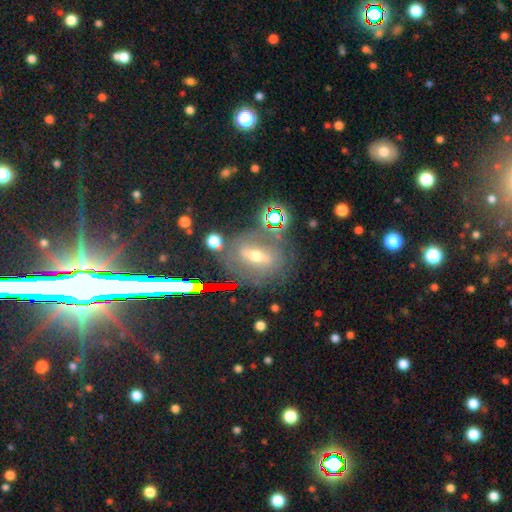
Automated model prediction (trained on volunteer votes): smooth-or-featured: featured or disk: 42% | star or artifact: 29% | smooth: 29%
  merging: none: 70% | minor disturbance: 16% | major disturbance: 9% | merger: 6%